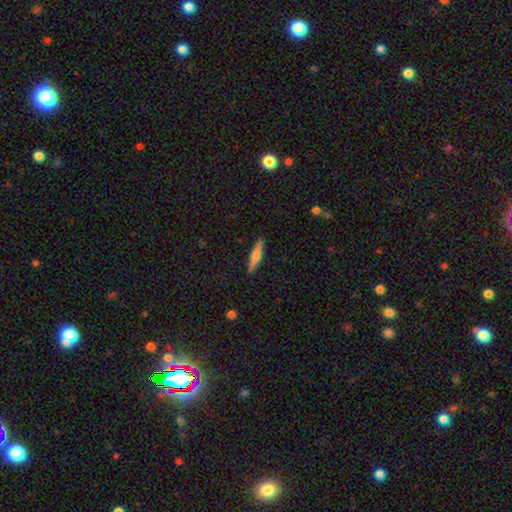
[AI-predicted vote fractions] A smooth galaxy with no disk features (54%) that is cigar-shaped (89%).

Vote fractions:
- Smooth or featured? smooth: 54% / featured or disk: 40% / star or artifact: 6%
- How rounded? cigar-shaped: 89% / in between: 10% / round: 2%
- Merging? none: 90% / minor disturbance: 7% / major disturbance: 2% / merger: 1%